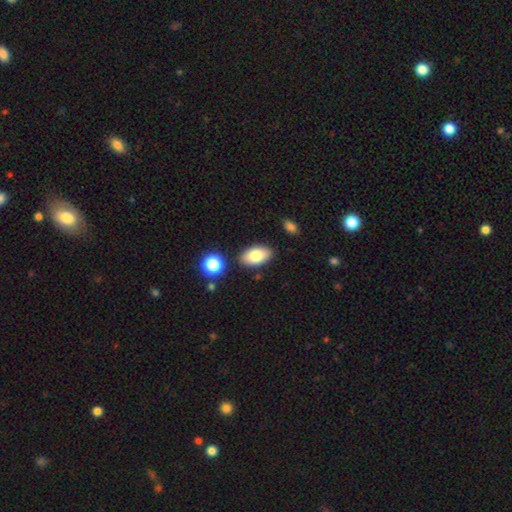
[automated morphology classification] smooth 81%, featured or disk 12%, star or artifact 7%. Down the decision tree: how rounded — in between (93%); merging — none (84%).